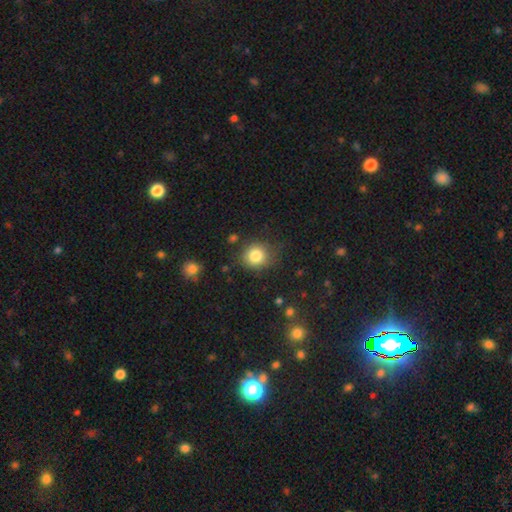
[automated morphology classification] A smooth galaxy with no disk features (82%) that is round (83%).

Vote fractions:
- Smooth or featured? smooth: 82% / star or artifact: 10% / featured or disk: 7%
- How rounded? round: 83% / in between: 16% / cigar-shaped: 1%
- Merging? none: 78% / minor disturbance: 15% / major disturbance: 4% / merger: 2%